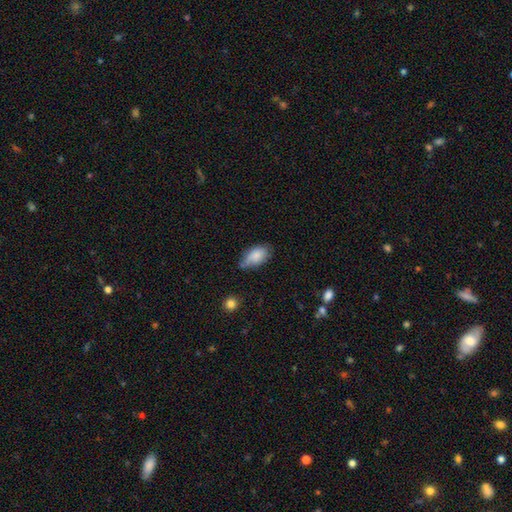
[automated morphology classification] Smooth or featured?
  - smooth: 81% *
  - featured or disk: 11%
  - star or artifact: 7%
How rounded?
  - in between: 92% *
  - round: 4%
  - cigar-shaped: 4%
Merging?
  - none: 52% *
  - minor disturbance: 35%
  - major disturbance: 8%
  - merger: 5%